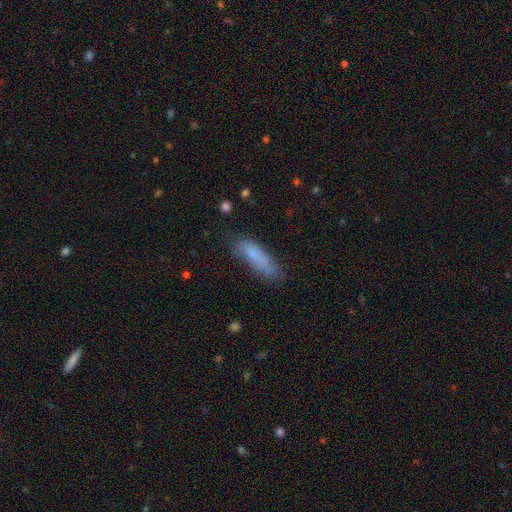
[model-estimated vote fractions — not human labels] Smooth or featured: smooth — 75% (featured or disk — 17%)
How rounded: cigar-shaped — 56% (in between — 42%)
Merging: none — 58% (minor disturbance — 27%)